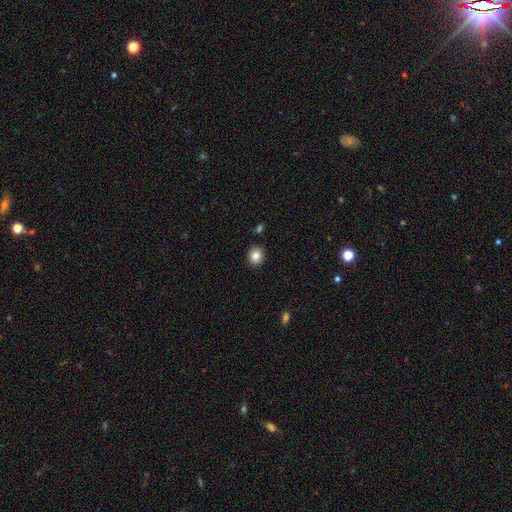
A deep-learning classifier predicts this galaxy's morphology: Q: Smooth or featured?
A: smooth (84%); runner-up: star or artifact (9%)
Q: How rounded?
A: round (79%); runner-up: in between (20%)
Q: Merging?
A: none (89%); runner-up: minor disturbance (7%)